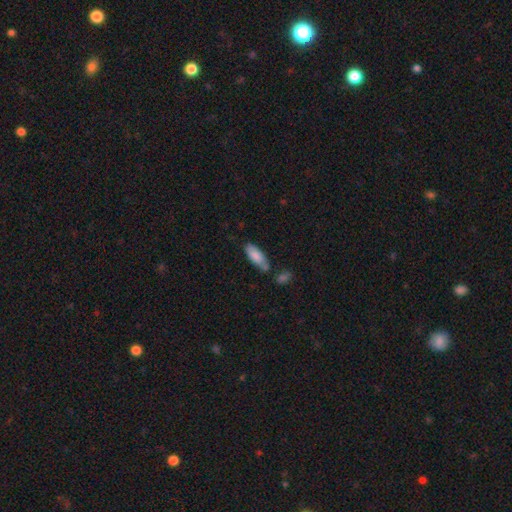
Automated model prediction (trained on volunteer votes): A smooth galaxy with no disk features (83%) that is in between round and cigar-shaped (73%).

Vote fractions:
- Smooth or featured? smooth: 83% / featured or disk: 11% / star or artifact: 6%
- How rounded? in between: 73% / cigar-shaped: 25% / round: 2%
- Merging? none: 62% / minor disturbance: 19% / merger: 15% / major disturbance: 5%